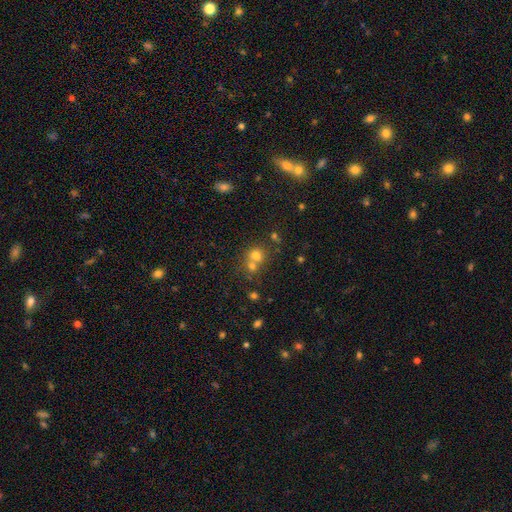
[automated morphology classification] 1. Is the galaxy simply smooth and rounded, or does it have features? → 69% smooth, 18% star or artifact, 12% featured or disk.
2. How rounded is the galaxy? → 78% round, 21% in between, 1% cigar-shaped.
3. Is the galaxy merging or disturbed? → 49% merger, 41% none, 7% minor disturbance, 3% major disturbance.